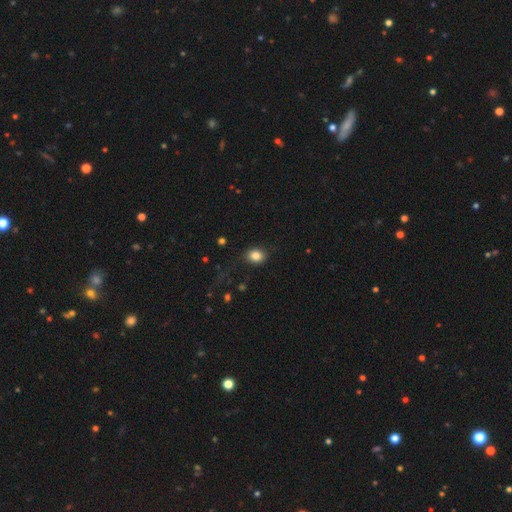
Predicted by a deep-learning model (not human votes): The model was most divided on "how rounded": round: 55%, in between: 44%, cigar-shaped: 1%. More confident: smooth or featured — smooth (83%); merging — none (82%).